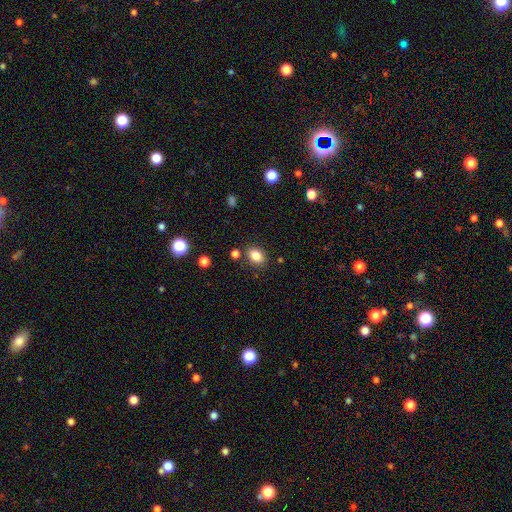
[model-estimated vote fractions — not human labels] Smooth or featured: smooth — 84% (star or artifact — 10%)
How rounded: in between — 70% (round — 29%)
Merging: none — 82% (minor disturbance — 10%)